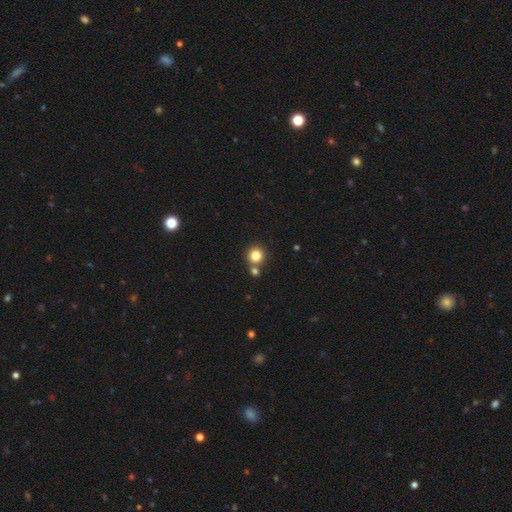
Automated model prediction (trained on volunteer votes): Morphology: type=smooth (81%); roundness=round (91%); merging=none (71%).